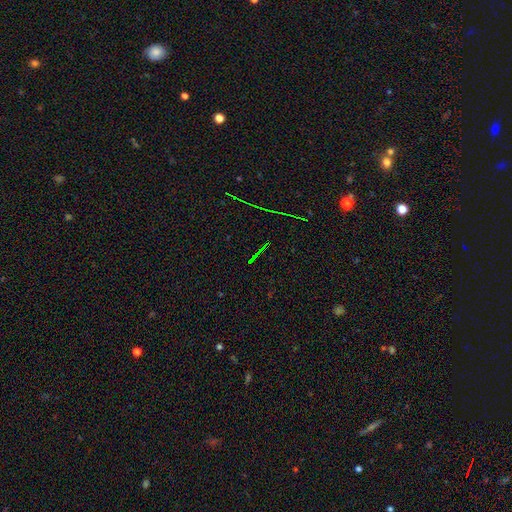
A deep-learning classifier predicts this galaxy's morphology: Q: Smooth or featured?
A: star or artifact (76%); runner-up: featured or disk (13%)